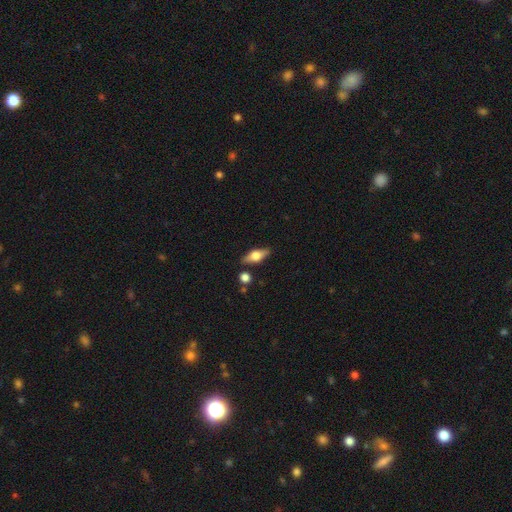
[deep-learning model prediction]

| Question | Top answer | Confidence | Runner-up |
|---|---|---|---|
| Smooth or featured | featured or disk | 52% | smooth (40%) |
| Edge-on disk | yes | 91% | no (9%) |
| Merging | none | 84% | minor disturbance (10%) |